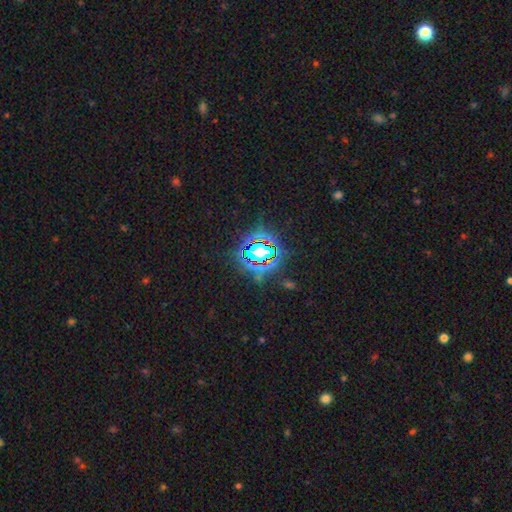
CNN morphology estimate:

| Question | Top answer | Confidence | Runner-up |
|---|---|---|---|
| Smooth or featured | star or artifact | 77% | smooth (13%) |